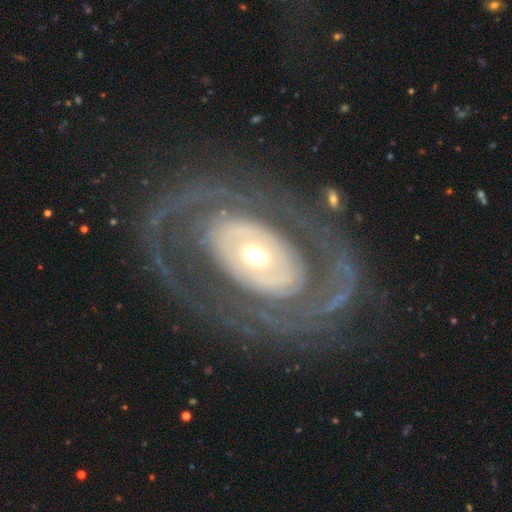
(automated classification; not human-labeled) The model was most divided on "spiral winding": tight: 56%, medium: 29%, loose: 15%. More confident: edge-on disk — no (95%); smooth or featured — featured or disk (85%); spiral arms — yes (76%); merging — none (74%); bar — no (70%); bulge size — moderate (61%); spiral arm count — 2 (51%).